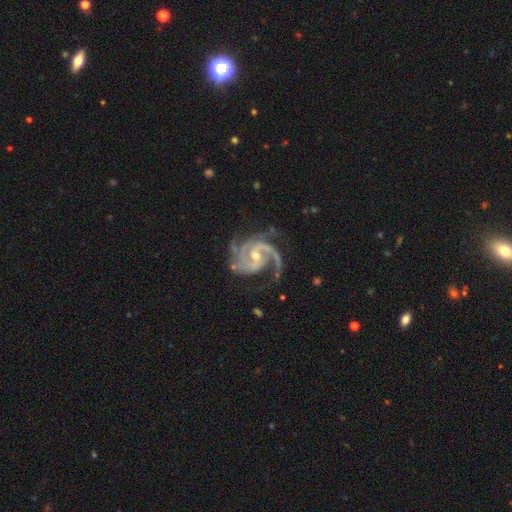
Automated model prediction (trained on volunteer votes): This appears to be a featured or disk galaxy (93%) with no bar (45%), 2 (40%) medium (54%) spiral arms (99%) and a small central bulge (55%). Merging: none (65%).